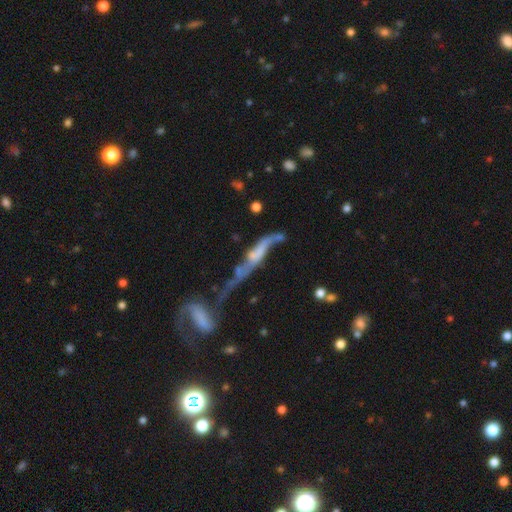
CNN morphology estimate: smooth-or-featured: featured or disk: 65% | smooth: 22% | star or artifact: 13%
  disk-edge-on: no: 62% | yes: 38%
  merging: merger: 43% | major disturbance: 24% | none: 20% | minor disturbance: 13%